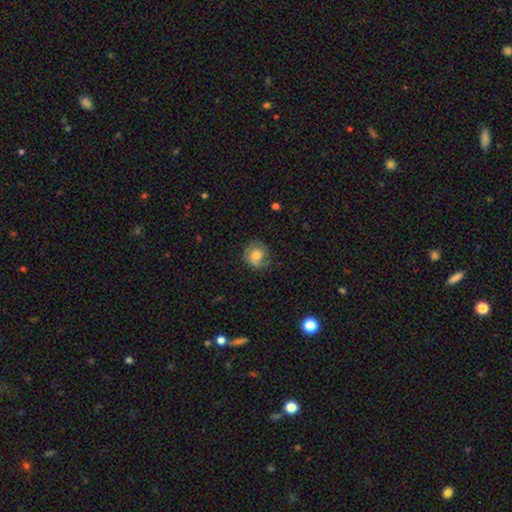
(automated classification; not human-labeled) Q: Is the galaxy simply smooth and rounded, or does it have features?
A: smooth — 60%.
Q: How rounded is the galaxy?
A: round — 77%.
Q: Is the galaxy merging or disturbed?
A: none — 59%.